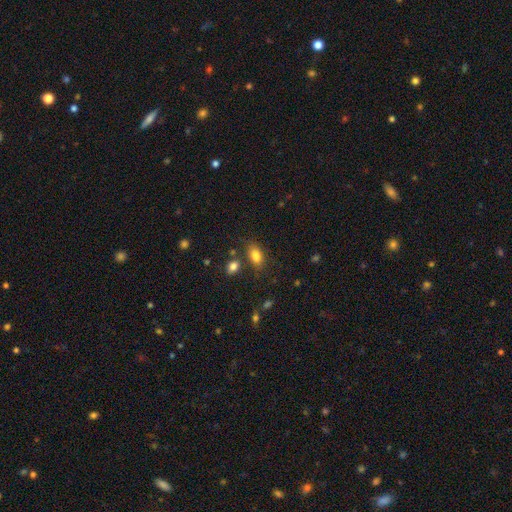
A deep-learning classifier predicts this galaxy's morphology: This is clearly a smooth galaxy (83%). How rounded: clearly in between (87%). Merging: likely none (67%).